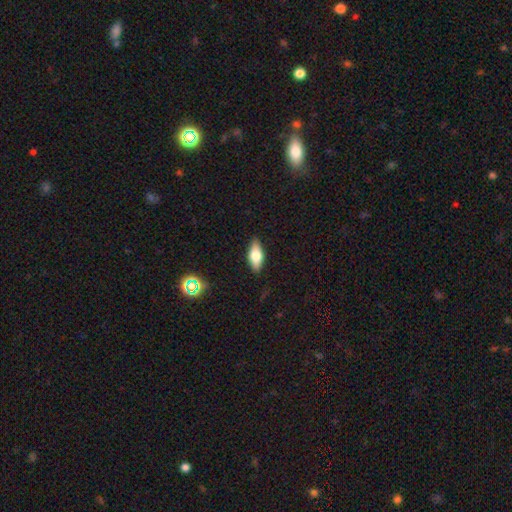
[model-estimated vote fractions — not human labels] Smooth or featured? Predicted: smooth (p=0.60). How rounded? Predicted: in between (p=0.77). Merging? Predicted: none (p=0.88).